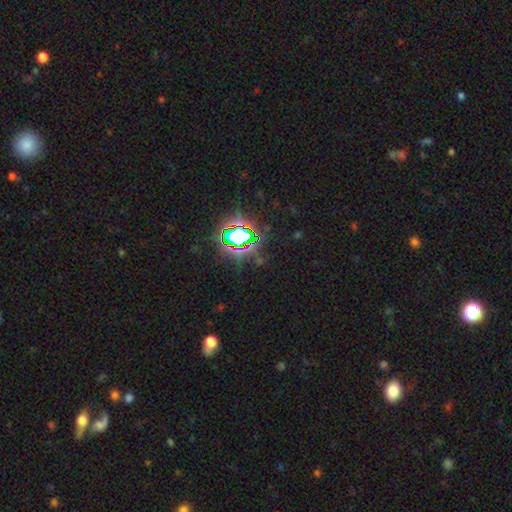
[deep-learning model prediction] star or artifact 79%, smooth 13%, featured or disk 8%.